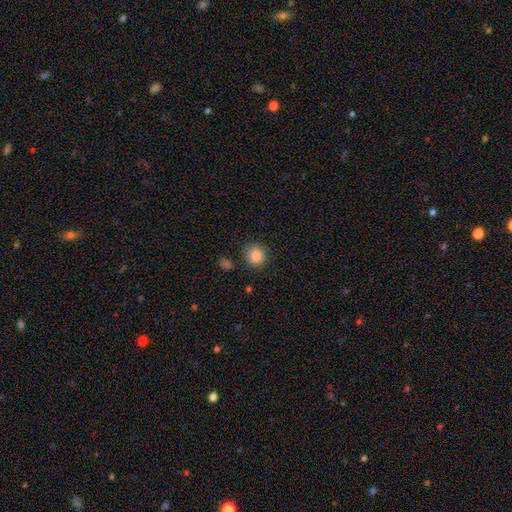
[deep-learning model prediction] smooth 87%, star or artifact 9%, featured or disk 4%. Down the decision tree: how rounded — round (89%); merging — none (86%).